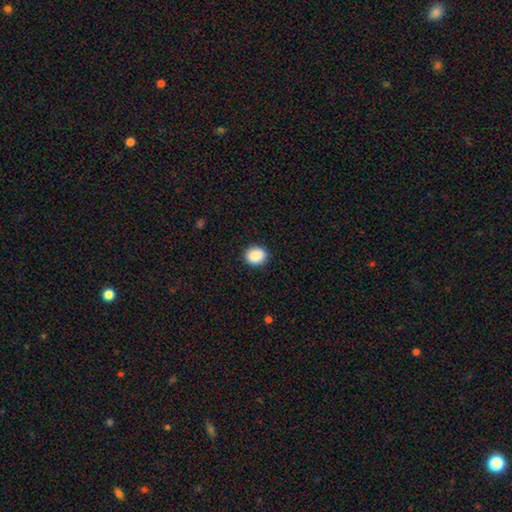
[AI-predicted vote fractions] Smooth or featured? Predicted: smooth (p=0.89). How rounded? Predicted: round (p=0.61). Merging? Predicted: none (p=0.89).